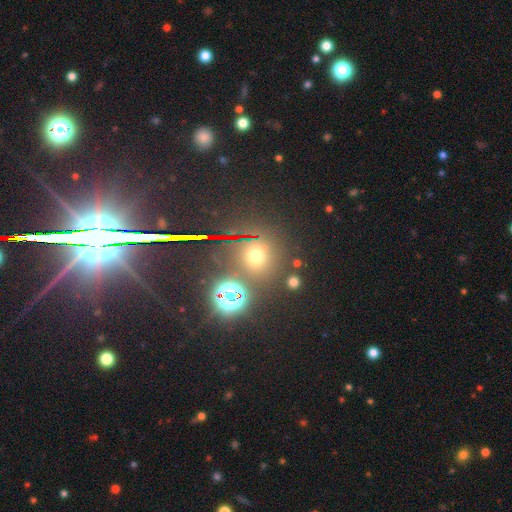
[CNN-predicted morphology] Smooth or featured? star or artifact (46%)